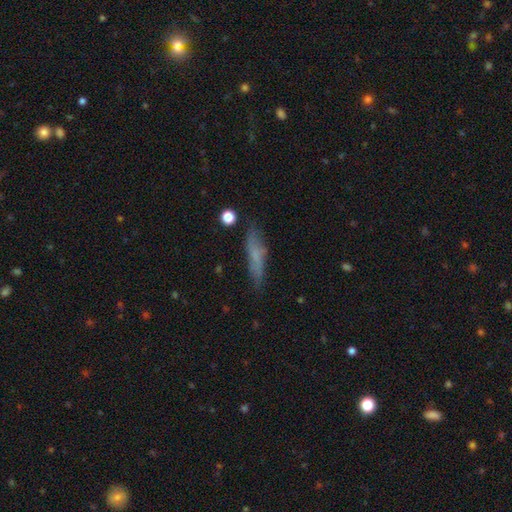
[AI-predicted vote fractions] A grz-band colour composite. It shows a smooth galaxy with no disk features (60%) that is cigar-shaped (79%). Merging: none (75%).